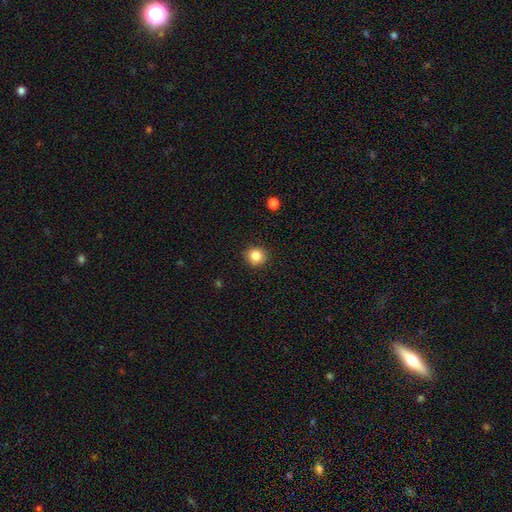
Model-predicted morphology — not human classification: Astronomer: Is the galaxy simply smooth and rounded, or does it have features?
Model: smooth — 85%.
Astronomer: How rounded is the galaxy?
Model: round — 89%.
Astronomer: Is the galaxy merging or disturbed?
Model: none — 91%.